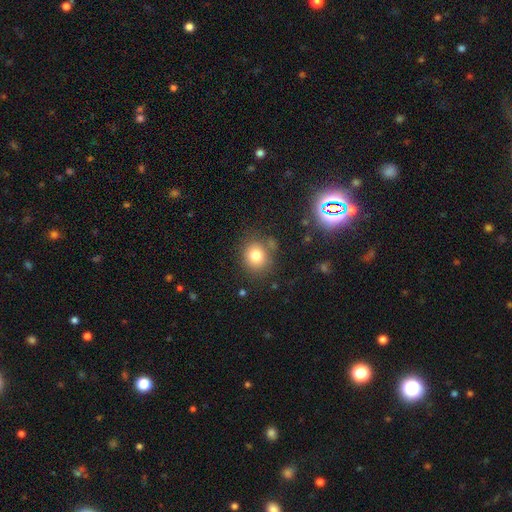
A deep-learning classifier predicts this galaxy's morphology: smooth 79%, star or artifact 12%, featured or disk 9%. Down the decision tree: how rounded — round (75%); merging — none (77%).